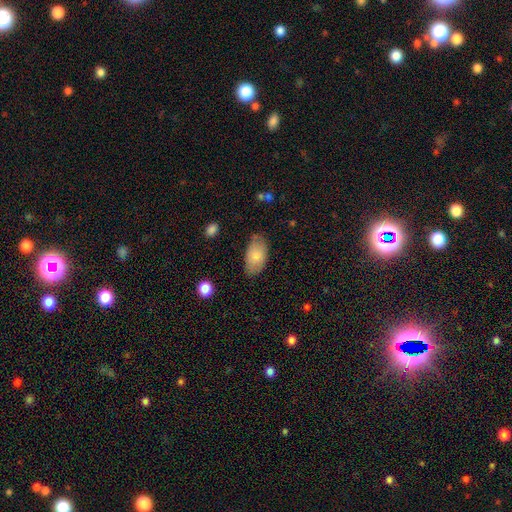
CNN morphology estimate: Smooth or featured? smooth (82%)
How rounded? in between (95%)
Merging? none (75%)